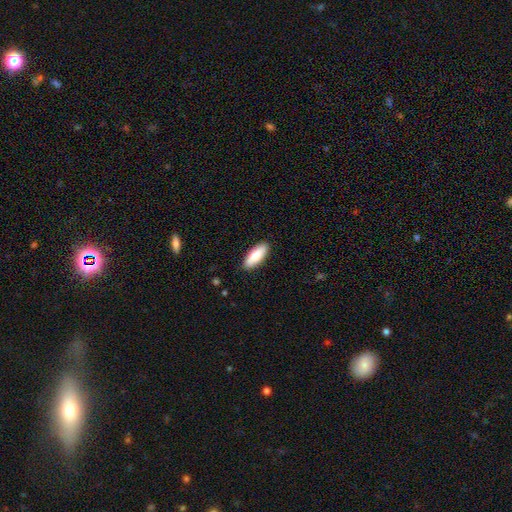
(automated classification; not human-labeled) Smooth or featured: smooth — 74% (featured or disk — 20%)
How rounded: in between — 75% (cigar-shaped — 23%)
Merging: none — 90% (minor disturbance — 7%)